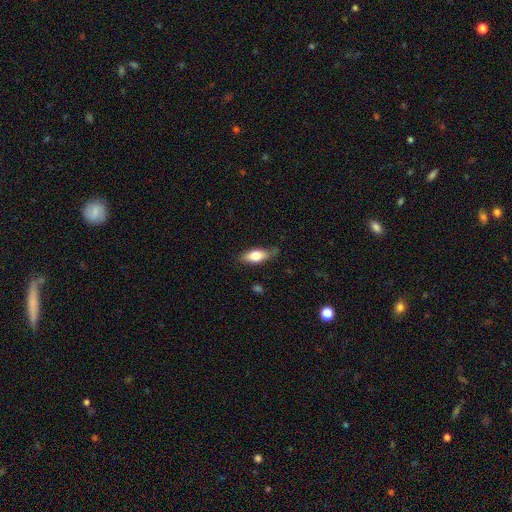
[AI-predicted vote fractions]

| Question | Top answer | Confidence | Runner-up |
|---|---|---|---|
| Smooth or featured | smooth | 76% | featured or disk (18%) |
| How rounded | in between | 78% | cigar-shaped (19%) |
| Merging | none | 75% | minor disturbance (20%) |